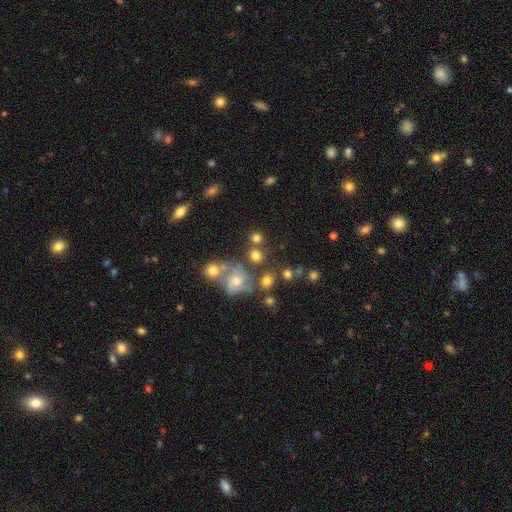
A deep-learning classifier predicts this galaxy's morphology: A smooth galaxy with no disk features (71%) that is round (77%).

Vote fractions:
- Smooth or featured? smooth: 71% / featured or disk: 15% / star or artifact: 14%
- How rounded? round: 77% / in between: 22% / cigar-shaped: 1%
- Merging? none: 55% / merger: 26% / minor disturbance: 12% / major disturbance: 8%